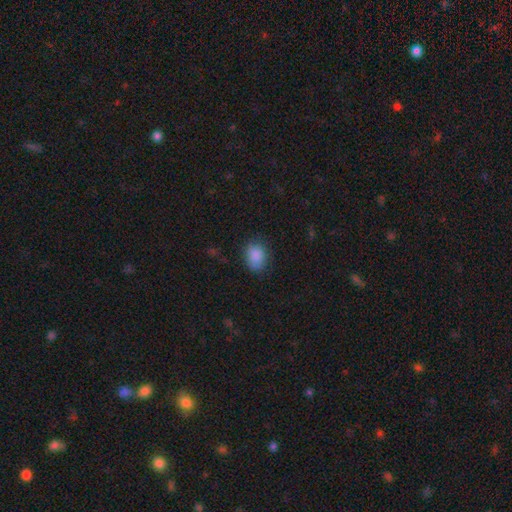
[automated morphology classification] Overall: smooth (87%). How rounded: in between (59%; round 40%). Merging: none (76%).